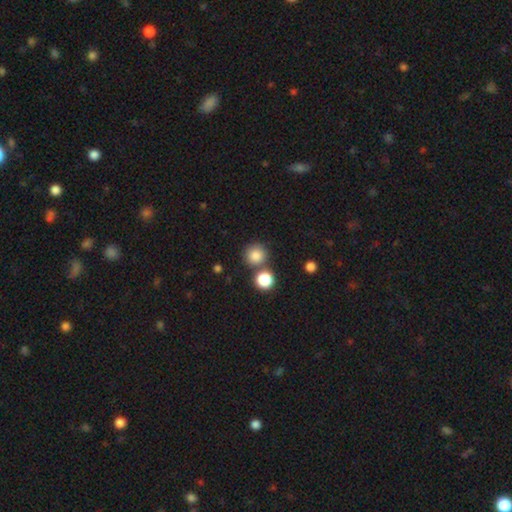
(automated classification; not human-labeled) smooth 84%, star or artifact 11%, featured or disk 5%. Down the decision tree: how rounded — round (92%); merging — none (72%).